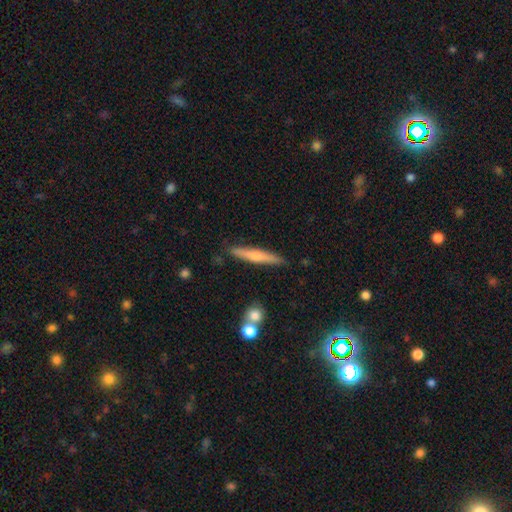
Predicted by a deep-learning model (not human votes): Smooth or featured: smooth — 57% (featured or disk — 37%)
How rounded: cigar-shaped — 93% (in between — 6%)
Merging: none — 86% (minor disturbance — 9%)